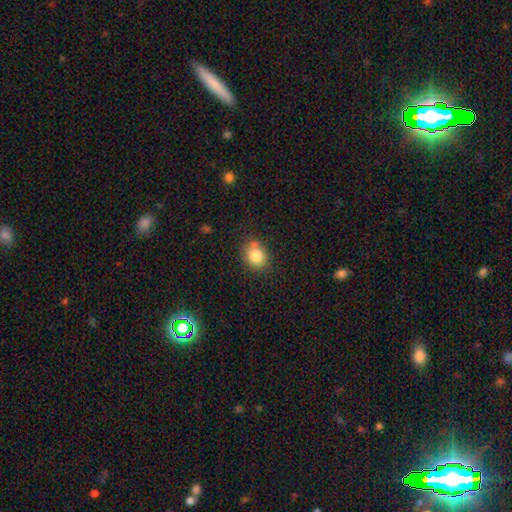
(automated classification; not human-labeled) A smooth galaxy with no disk features (82%) that is round (62%).

Vote fractions:
- Smooth or featured? smooth: 82% / star or artifact: 10% / featured or disk: 8%
- How rounded? round: 62% / in between: 37% / cigar-shaped: 1%
- Merging? none: 72% / minor disturbance: 18% / merger: 6% / major disturbance: 4%